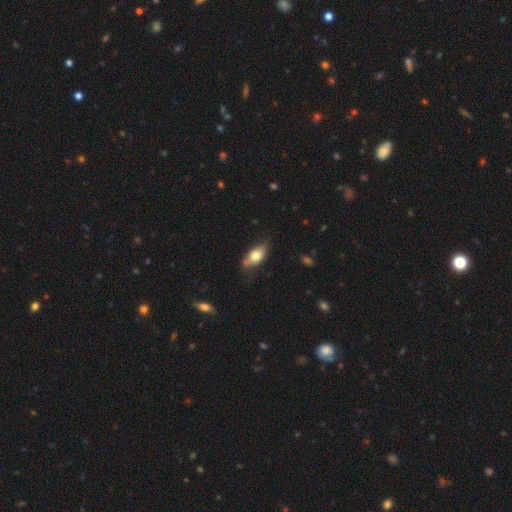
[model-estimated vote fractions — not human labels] Overall: smooth (67%; featured or disk 27%). How rounded: in between (86%). Merging: none (67%).